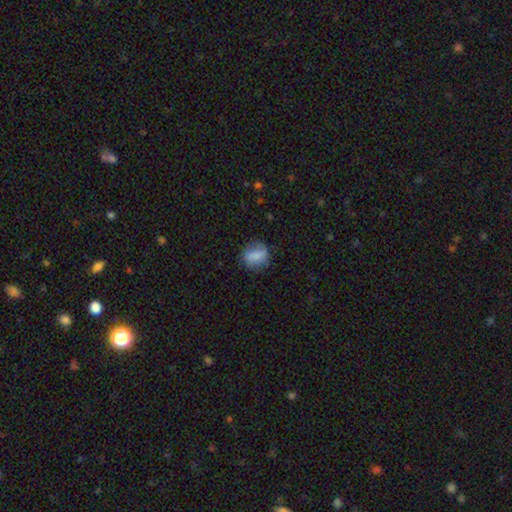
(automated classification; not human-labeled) Overall: smooth (77%). How rounded: round (49%; in between 48%). Merging: none (70%).